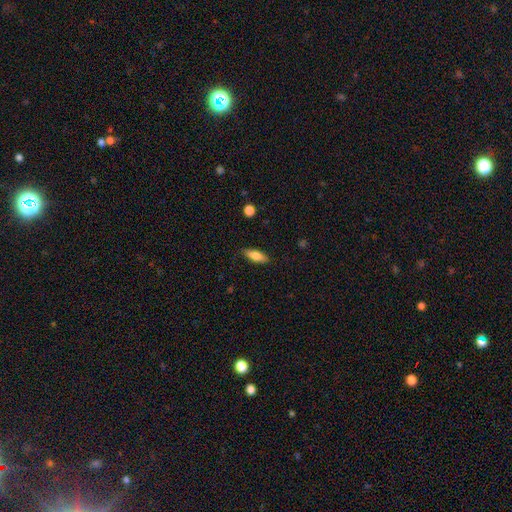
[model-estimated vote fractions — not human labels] Morphology: type=smooth (73%); roundness=in between (65%); merging=none (84%).